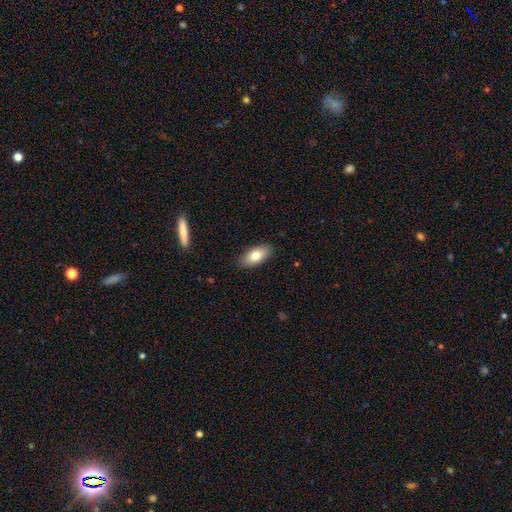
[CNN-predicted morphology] The model was most divided on "smooth or featured": smooth: 78%, featured or disk: 16%, star or artifact: 7%. More confident: how rounded — in between (88%); merging — none (87%).